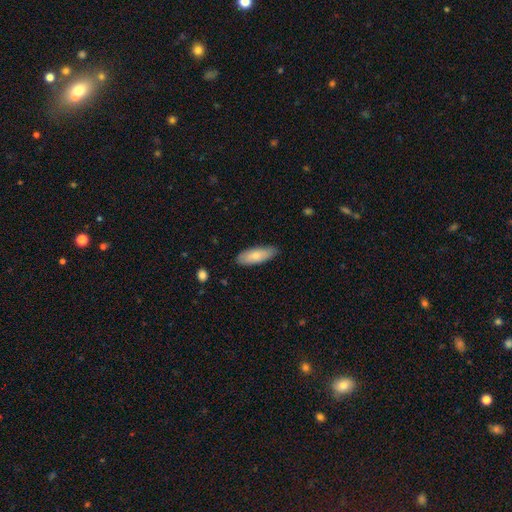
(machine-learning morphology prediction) smooth_or_featured: smooth (p=0.76) [alt: featured or disk p=0.18]
how_rounded: in between (p=0.73) [alt: cigar-shaped p=0.25]
merging: none (p=0.81) [alt: minor disturbance p=0.15]